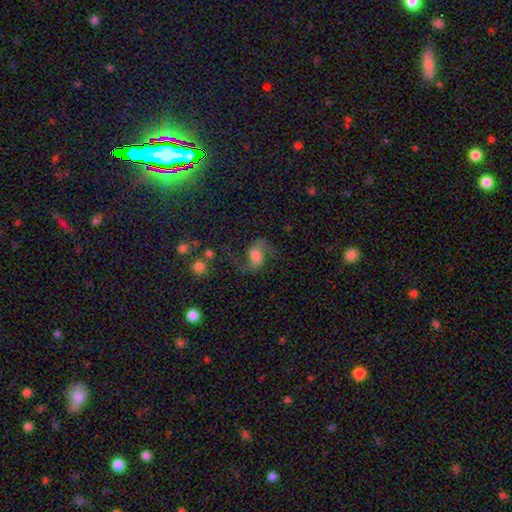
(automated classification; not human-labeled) Smooth or featured? Predicted: featured or disk (p=0.77). Edge-on disk? Predicted: no (p=0.98). Bar? Predicted: weak (p=0.41, tied with no). Spiral arms? Predicted: yes (p=0.95). Spiral winding? Predicted: loose (p=0.68). Spiral arm count? Predicted: 2 (p=0.93). Bulge size? Predicted: large (p=0.32). Merging? Predicted: none (p=0.65).